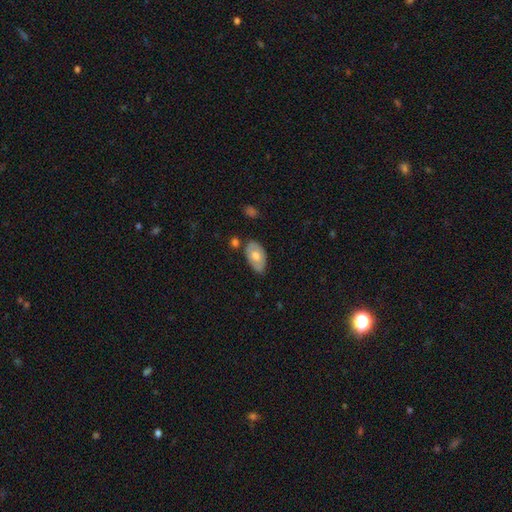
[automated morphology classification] smooth 60%, featured or disk 34%, star or artifact 6%. Down the decision tree: how rounded — in between (93%); merging — none (73%).